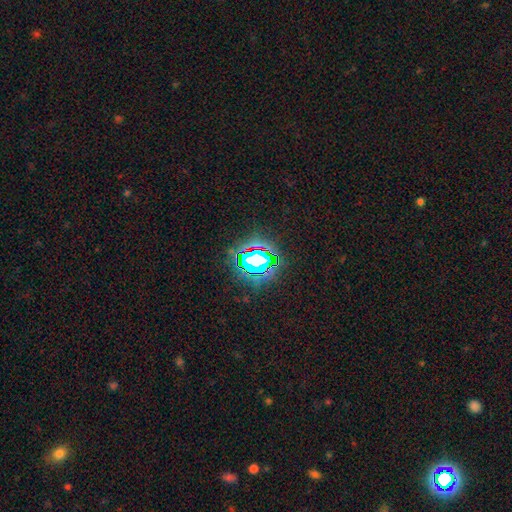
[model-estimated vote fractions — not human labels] Overall: star or artifact (70%).